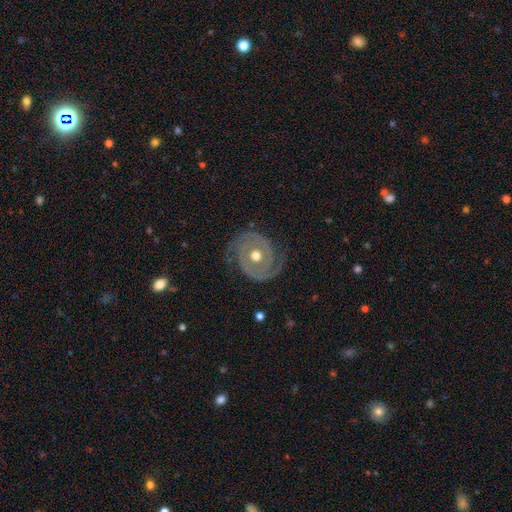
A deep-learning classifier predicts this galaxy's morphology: featured or disk 88%, smooth 8%, star or artifact 4%. Down the decision tree: edge-on disk — no (98%); bar — no (77%); spiral arms — yes (93%); spiral arm count — 2 (83%); spiral winding — tight (63%); bulge size — moderate (83%); merging — none (77%).